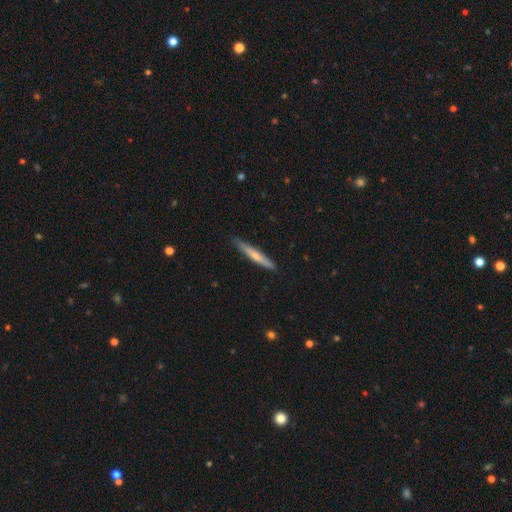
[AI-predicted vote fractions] This appears to be a smooth galaxy with no disk features (60%) that is cigar-shaped (95%). Merging: none (85%).